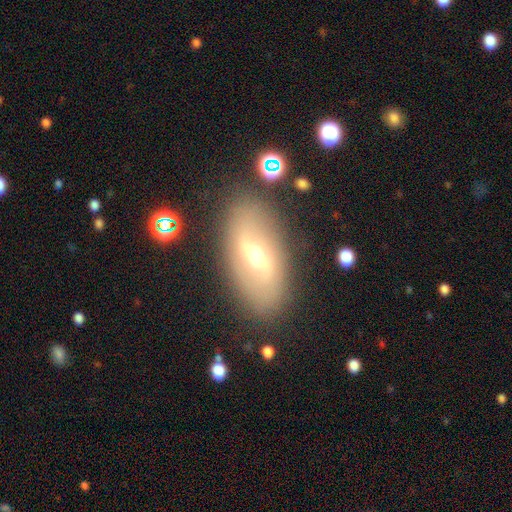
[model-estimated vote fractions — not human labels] Morphology: type=featured or disk (54%); edge-on=no (86%); merging=none (83%).